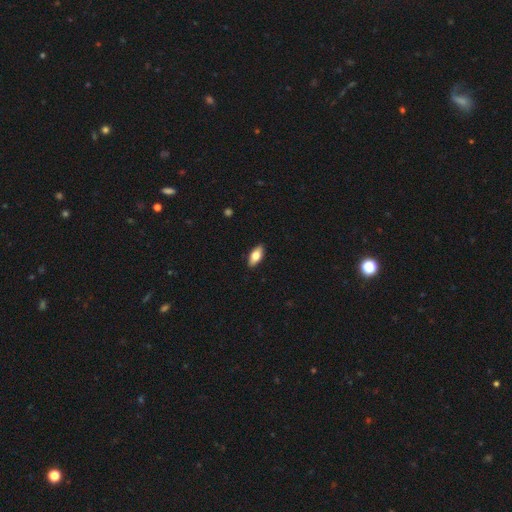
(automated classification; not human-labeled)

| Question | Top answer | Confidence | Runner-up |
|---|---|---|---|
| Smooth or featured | smooth | 74% | featured or disk (20%) |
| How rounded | in between | 86% | cigar-shaped (11%) |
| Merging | none | 90% | minor disturbance (8%) |